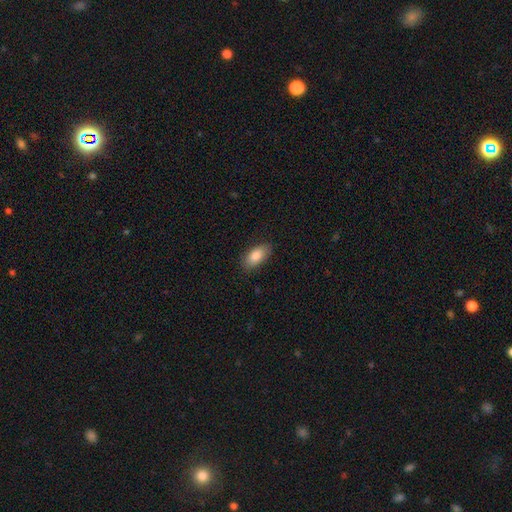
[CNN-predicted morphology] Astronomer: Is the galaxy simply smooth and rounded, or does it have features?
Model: smooth — 85%.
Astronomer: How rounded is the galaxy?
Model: in between — 92%.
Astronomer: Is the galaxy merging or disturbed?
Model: none — 84%.